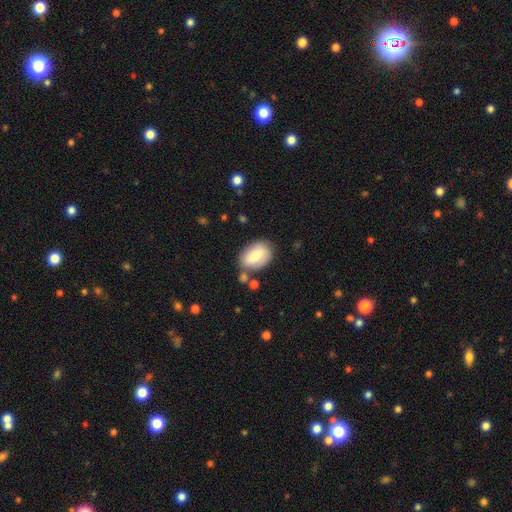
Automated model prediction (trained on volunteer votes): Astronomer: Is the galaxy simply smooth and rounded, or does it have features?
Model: smooth — 68%.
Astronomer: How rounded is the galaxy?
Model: in between — 82%.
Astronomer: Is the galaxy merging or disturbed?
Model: none — 73%.